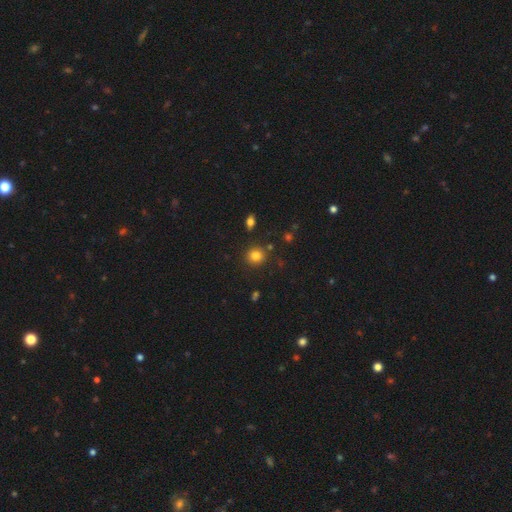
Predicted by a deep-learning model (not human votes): smooth 81%, star or artifact 12%, featured or disk 6%. Down the decision tree: how rounded — round (87%); merging — none (85%).